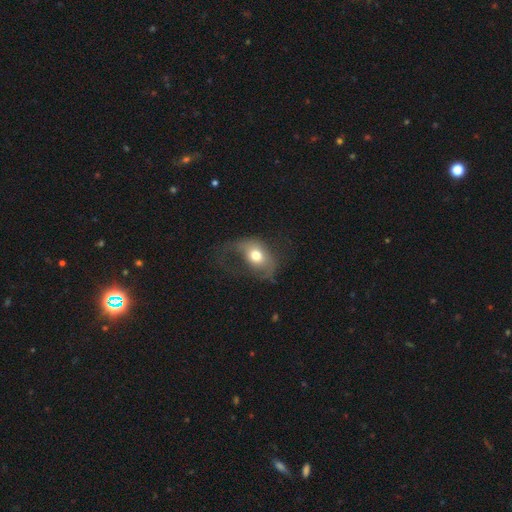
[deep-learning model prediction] Q: Smooth or featured?
A: smooth (55%); runner-up: featured or disk (37%)
Q: How rounded?
A: in between (72%); runner-up: round (26%)
Q: Merging?
A: major disturbance (47%); runner-up: none (27%)